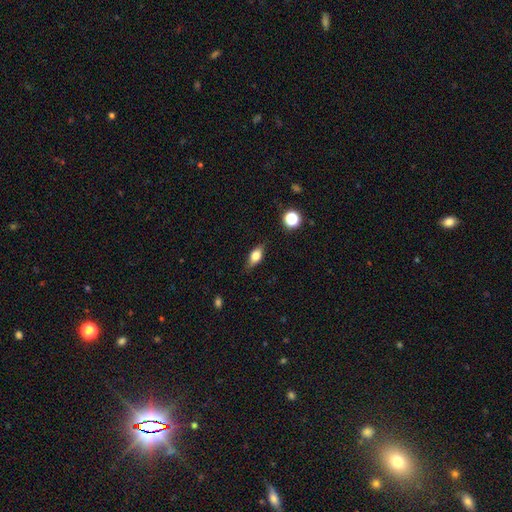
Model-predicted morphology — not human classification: Smooth or featured? smooth (65%)
How rounded? in between (75%)
Merging? none (81%)